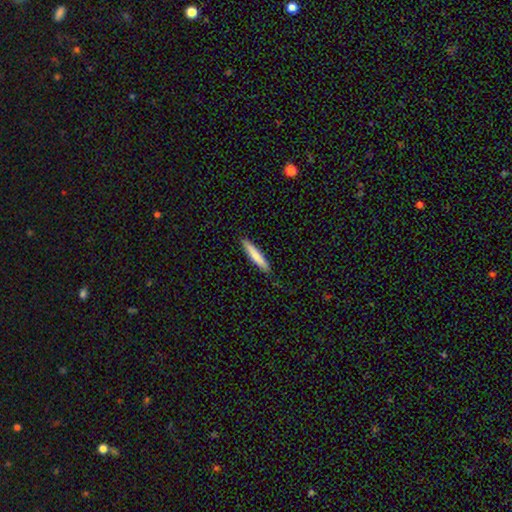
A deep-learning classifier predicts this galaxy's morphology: Overall: smooth (80%). How rounded: cigar-shaped (92%). Merging: none (89%).